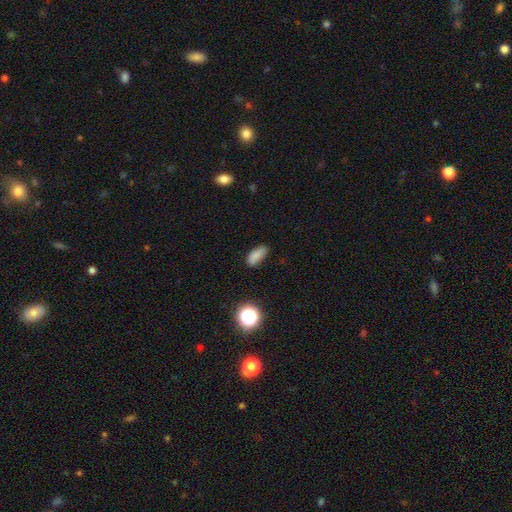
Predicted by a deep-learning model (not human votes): Smooth or featured?
  - smooth: 82% *
  - star or artifact: 12%
  - featured or disk: 6%
How rounded?
  - in between: 81% *
  - cigar-shaped: 14%
  - round: 5%
Merging?
  - none: 73% *
  - minor disturbance: 20%
  - major disturbance: 4%
  - merger: 2%